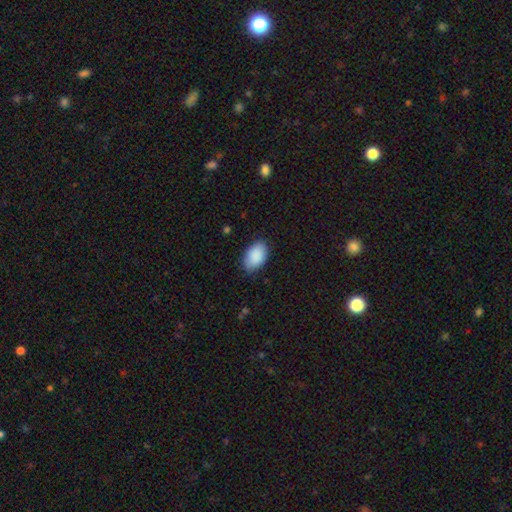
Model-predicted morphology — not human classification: The model was most divided on "merging": none: 80%, minor disturbance: 16%, major disturbance: 3%, merger: 1%. More confident: how rounded — in between (92%); smooth or featured — smooth (90%).